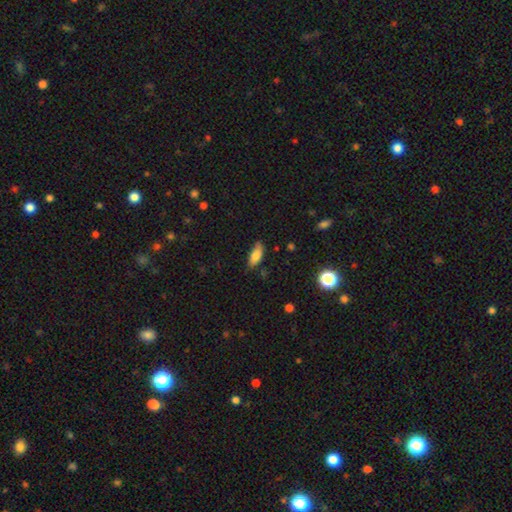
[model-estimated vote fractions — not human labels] The model was most divided on "merging": none: 66%, minor disturbance: 27%, major disturbance: 5%, merger: 2%. More confident: how rounded — in between (78%); smooth or featured — smooth (78%).